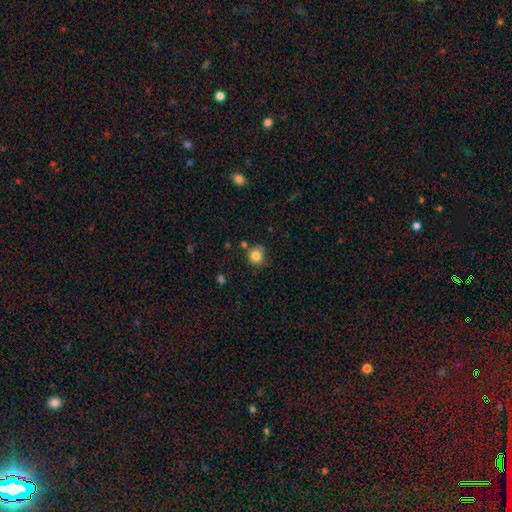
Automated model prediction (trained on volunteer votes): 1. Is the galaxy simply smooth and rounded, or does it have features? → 83% smooth, 11% star or artifact, 6% featured or disk.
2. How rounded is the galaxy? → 89% round, 10% in between, 1% cigar-shaped.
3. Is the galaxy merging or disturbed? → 69% none, 20% minor disturbance, 6% merger, 5% major disturbance.